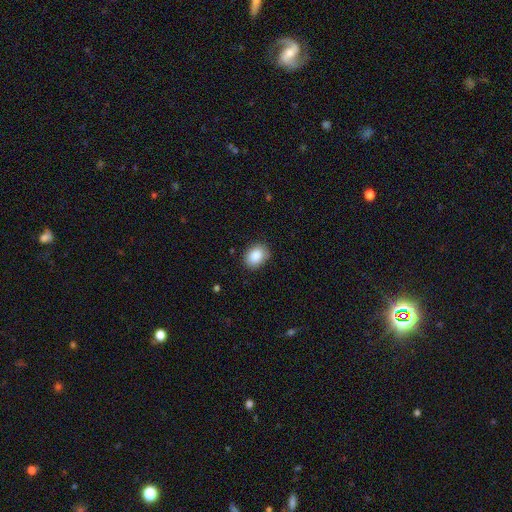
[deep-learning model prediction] Morphology: type=smooth (88%); roundness=in between (67%); merging=none (83%).